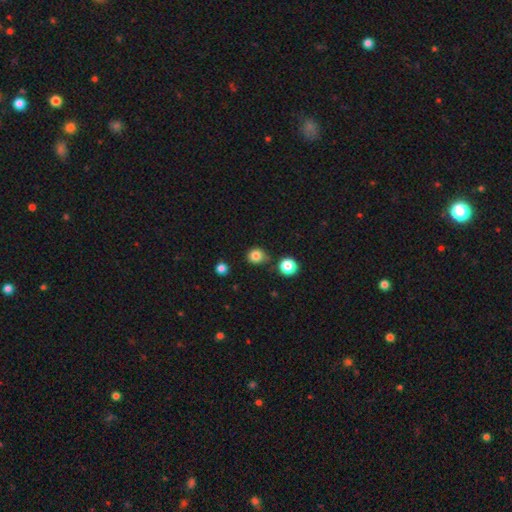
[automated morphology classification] A smooth galaxy with no disk features (82%) that is round (83%). Merging: none (77%).